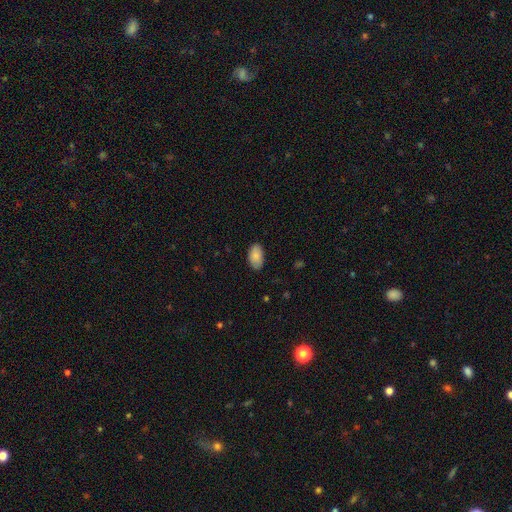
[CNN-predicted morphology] smooth 87%, star or artifact 7%, featured or disk 7%. Down the decision tree: how rounded — in between (94%); merging — none (83%).